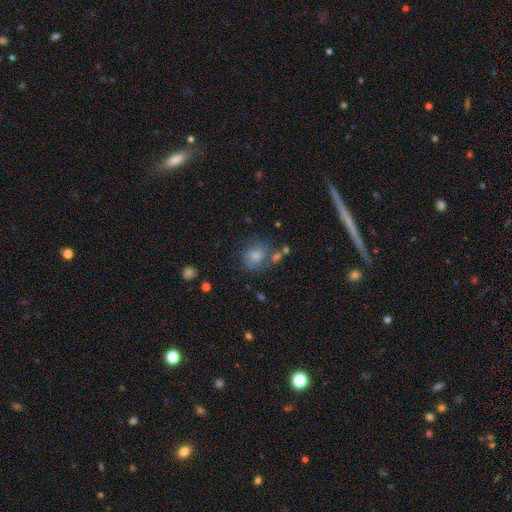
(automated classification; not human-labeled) smooth 66%, star or artifact 17%, featured or disk 16%. Down the decision tree: how rounded — round (76%); merging — none (71%).